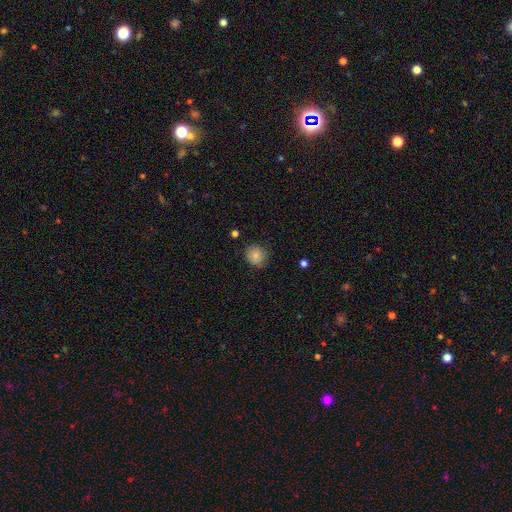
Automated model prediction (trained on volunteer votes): Smooth or featured? Predicted: smooth (p=0.76). How rounded? Predicted: round (p=0.85). Merging? Predicted: none (p=0.76).